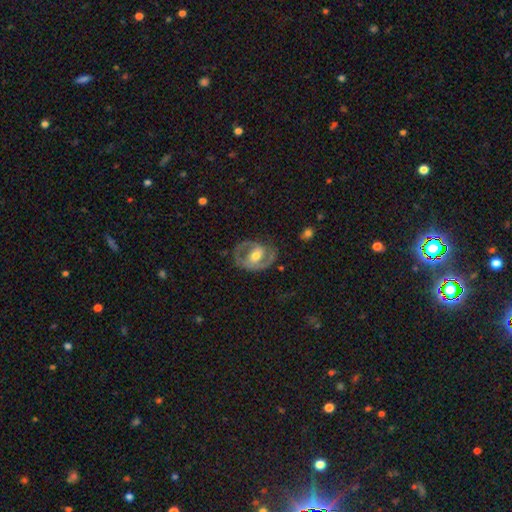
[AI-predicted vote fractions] Overall: featured or disk (80%). Edge-on disk: no (96%). Bar: weak (42%; no 34%). Spiral arms: yes (85%). Spiral arm count: 2 (84%). Spiral winding: medium (51%; tight 33%). Bulge size: moderate (68%). Merging: none (72%).